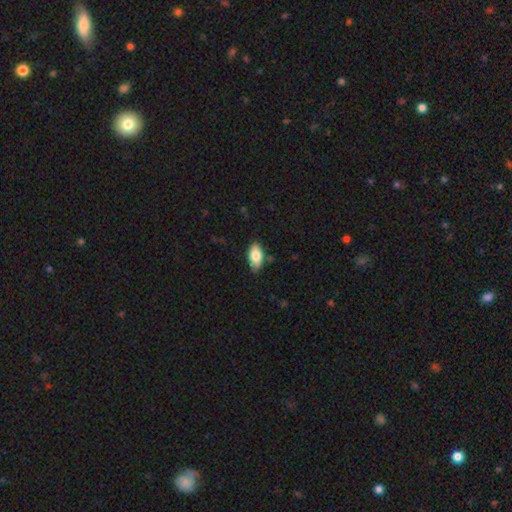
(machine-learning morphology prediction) smooth-or-featured: smooth: 78% | featured or disk: 15% | star or artifact: 7%
  how-rounded: in between: 92% | cigar-shaped: 5% | round: 4%
  merging: none: 81% | minor disturbance: 15% | major disturbance: 2% | merger: 2%